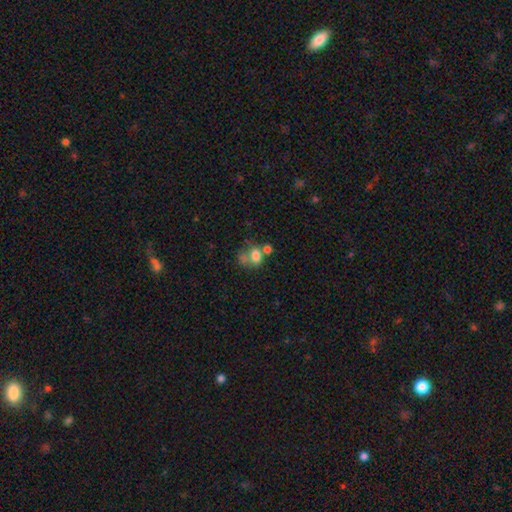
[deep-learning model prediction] Smooth or featured: smooth — 70% (featured or disk — 18%)
How rounded: in between — 58% (round — 41%)
Merging: merger — 43% (none — 26%)